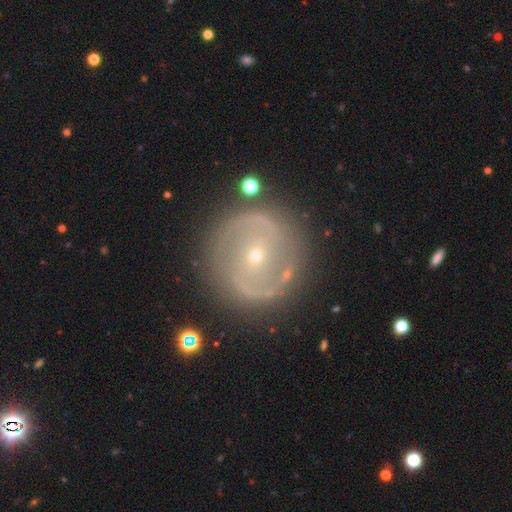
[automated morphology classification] featured or disk 85%, smooth 9%, star or artifact 6%. Down the decision tree: edge-on disk — no (97%); bar — no (55%); spiral arms — yes (91%); spiral arm count — 2 (86%); spiral winding — medium (47%); bulge size — small (79%); merging — none (84%).